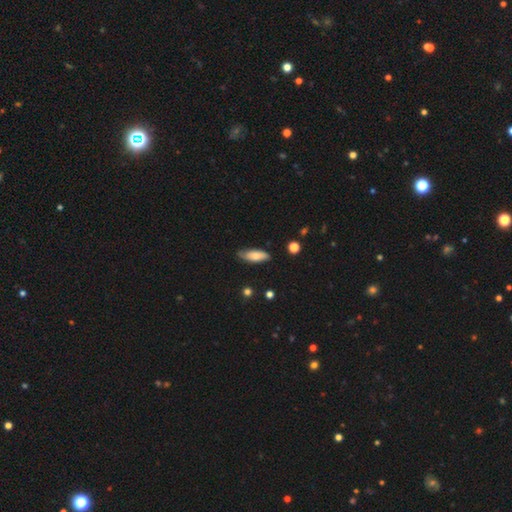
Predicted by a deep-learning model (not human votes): Morphology: type=smooth (70%); roundness=in between (68%); merging=none (72%).